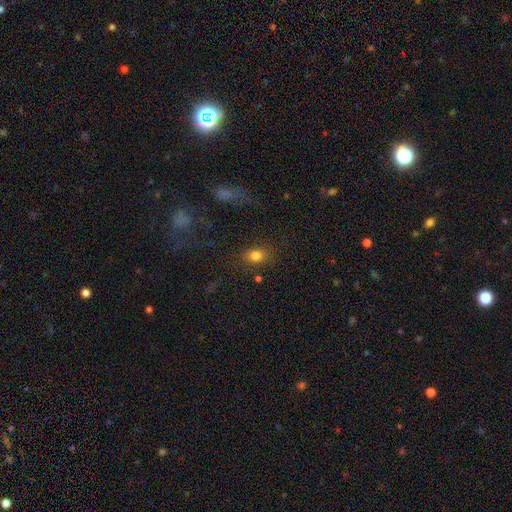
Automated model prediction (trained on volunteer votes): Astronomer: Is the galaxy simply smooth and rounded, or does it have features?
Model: smooth — 79%.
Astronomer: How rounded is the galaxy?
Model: in between — 66%.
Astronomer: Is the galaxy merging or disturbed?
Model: none — 81%.